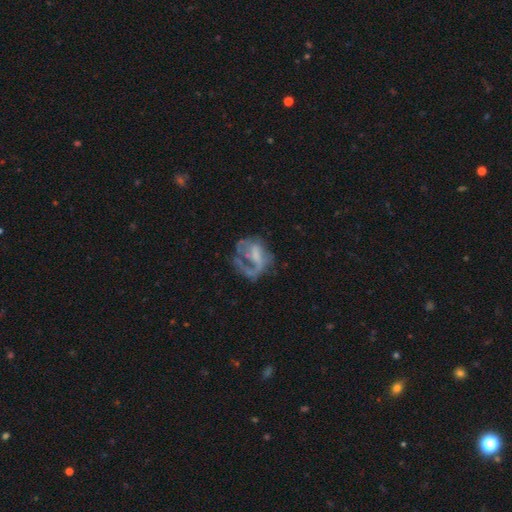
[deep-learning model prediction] Morphology: type=featured or disk (61%); edge-on=no (97%); bar=no (50%); spiral arms=no (56%); bulge=none (49%); merging=major disturbance (45%).